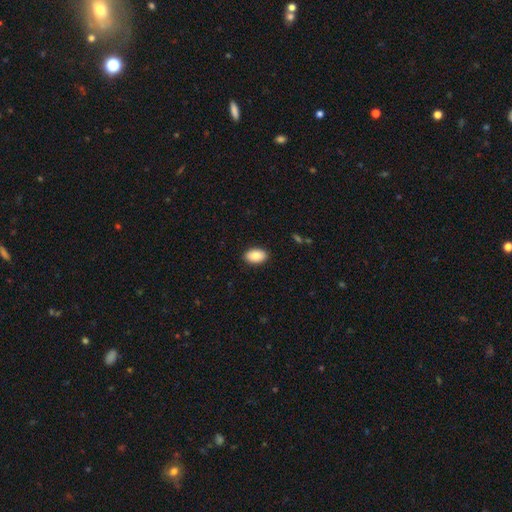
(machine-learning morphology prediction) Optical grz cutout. It shows a smooth galaxy with no disk features (86%) that is in between round and cigar-shaped (92%). Merging: none (90%).